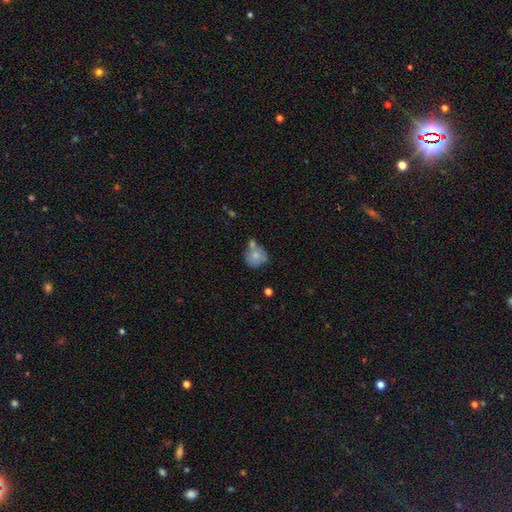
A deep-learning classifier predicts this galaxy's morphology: Overall: smooth (74%). How rounded: round (81%). Merging: none (44%; merger 31%).